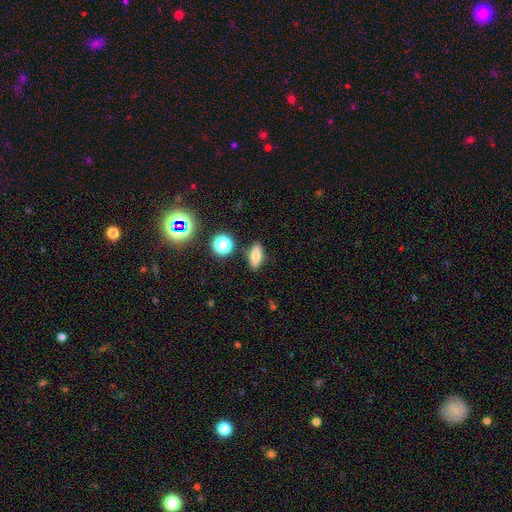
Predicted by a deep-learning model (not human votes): Overall: smooth (70%). How rounded: in between (61%; cigar-shaped 28%). Merging: none (84%).